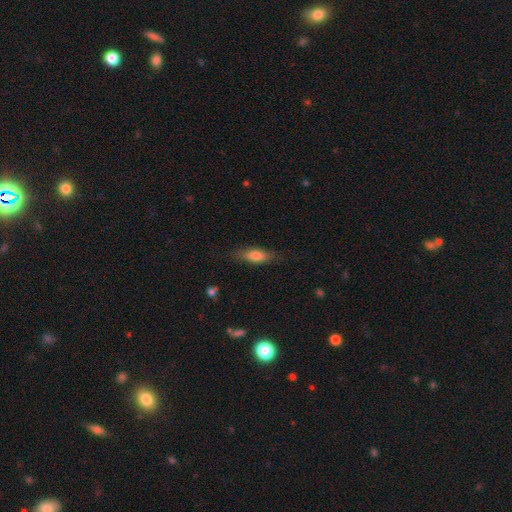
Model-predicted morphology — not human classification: Smooth or featured? smooth (73%)
How rounded? in between (64%)
Merging? none (77%)